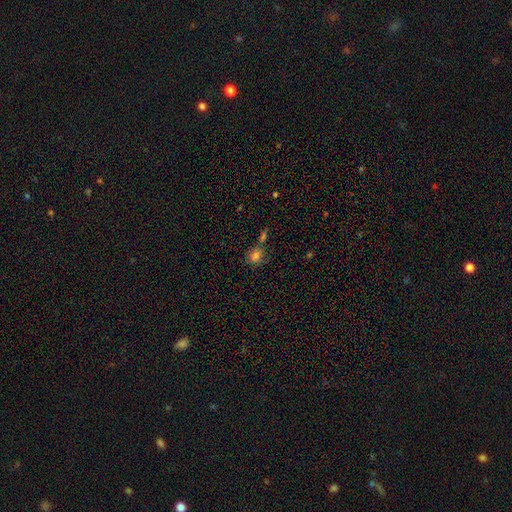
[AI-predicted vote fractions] smooth-or-featured: smooth: 77% | star or artifact: 15% | featured or disk: 8%
  how-rounded: round: 61% | in between: 37% | cigar-shaped: 2%
  merging: none: 59% | merger: 19% | minor disturbance: 15% | major disturbance: 6%